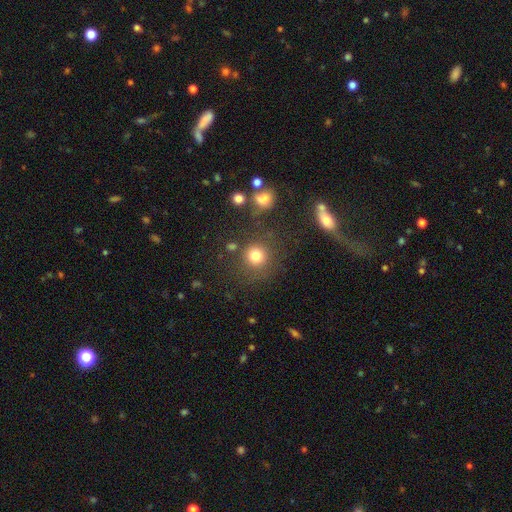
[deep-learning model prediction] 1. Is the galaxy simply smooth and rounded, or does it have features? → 79% smooth, 15% star or artifact, 7% featured or disk.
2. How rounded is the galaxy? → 91% round, 8% in between, 1% cigar-shaped.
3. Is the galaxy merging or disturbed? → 78% none, 10% minor disturbance, 6% merger, 6% major disturbance.